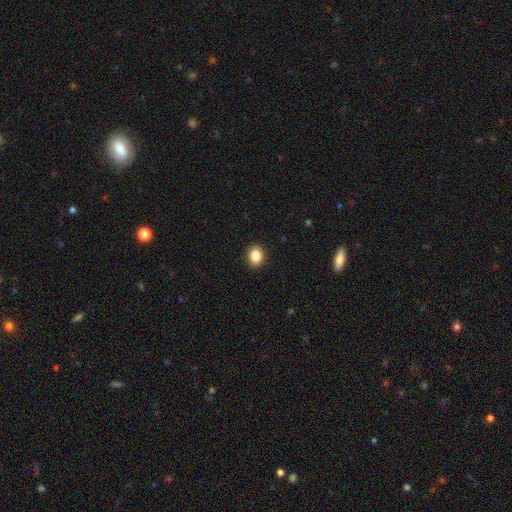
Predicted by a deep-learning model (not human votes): smooth_or_featured: smooth (p=0.86) [alt: star or artifact p=0.09]
how_rounded: in between (p=0.58) [alt: round p=0.41]
merging: none (p=0.91) [alt: minor disturbance p=0.06]